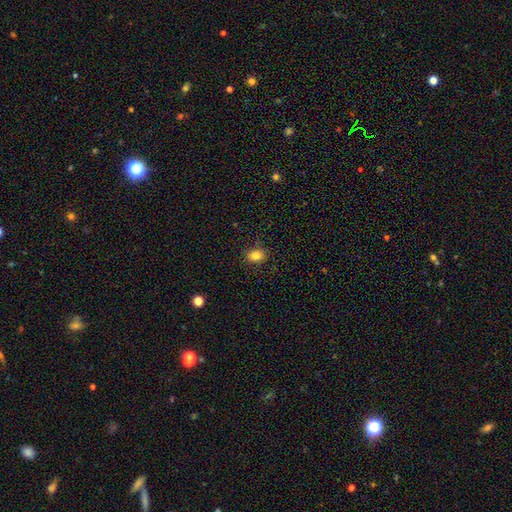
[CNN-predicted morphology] This is clearly a smooth galaxy (83%). How rounded: possibly in between (55%). Merging: clearly none (84%).